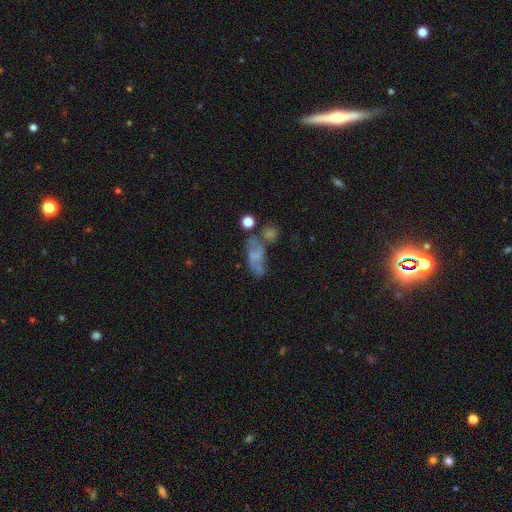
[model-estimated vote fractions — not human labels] This is marginally a featured or disk galaxy (42%, tied with smooth). Merging: marginally none (35%).